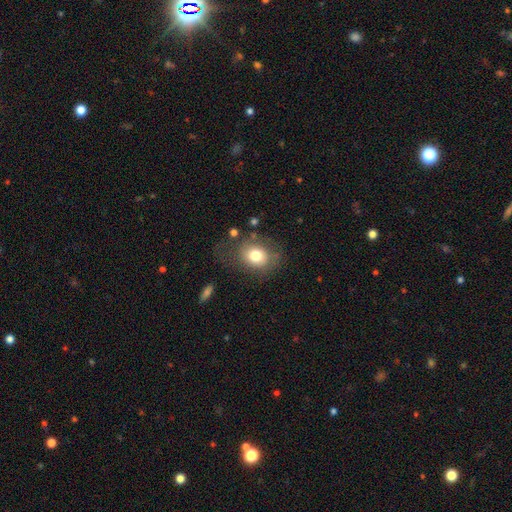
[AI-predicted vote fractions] This is likely a smooth galaxy (74%). How rounded: possibly round (55%). Merging: likely none (61%).